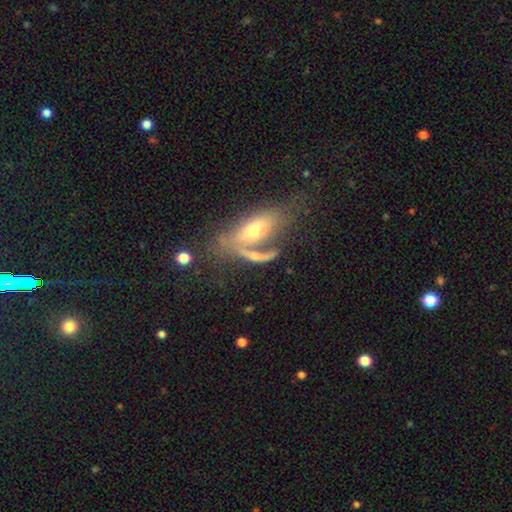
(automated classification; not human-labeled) The model was most divided on "smooth or featured": smooth: 48%, featured or disk: 42%, star or artifact: 10%. Remaining: merging — merger (42%).